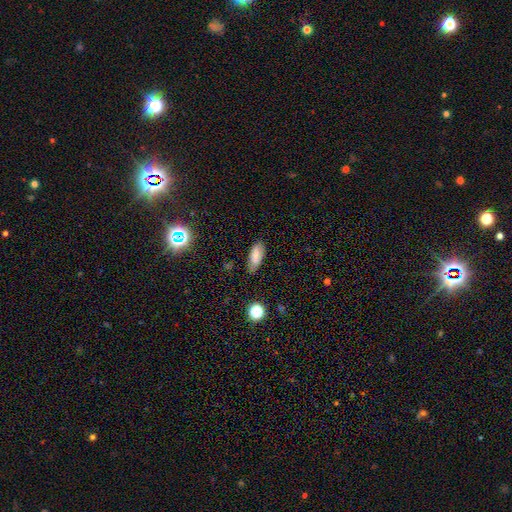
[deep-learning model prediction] smooth-or-featured: smooth: 73% | featured or disk: 17% | star or artifact: 10%
  how-rounded: in between: 81% | cigar-shaped: 16% | round: 3%
  merging: none: 82% | minor disturbance: 14% | major disturbance: 3% | merger: 1%